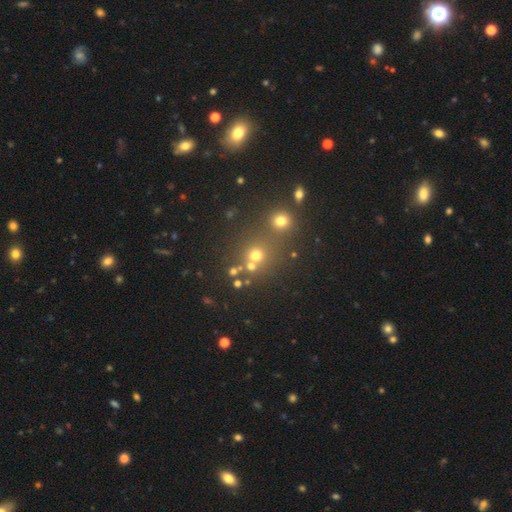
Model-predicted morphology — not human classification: smooth-or-featured: smooth: 66% | star or artifact: 24% | featured or disk: 10%
  how-rounded: round: 88% | in between: 11% | cigar-shaped: 1%
  merging: none: 62% | merger: 25% | minor disturbance: 9% | major disturbance: 5%